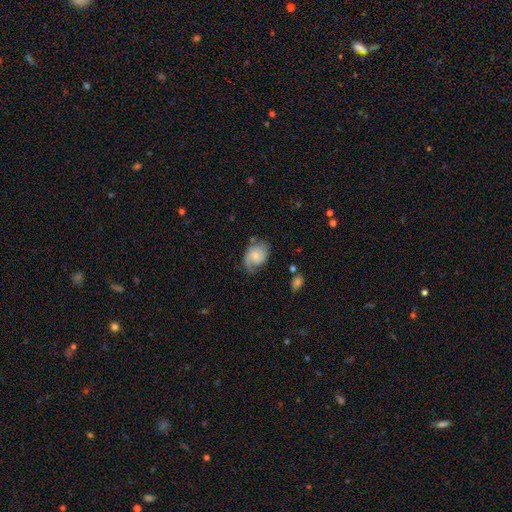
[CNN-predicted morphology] type=featured or disk (49%); merging=none (50%).